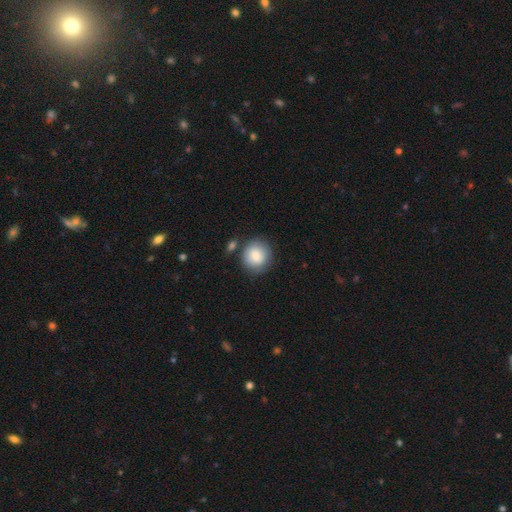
Overall: smooth (89%). How rounded: round (88%). Merging: none (68%).